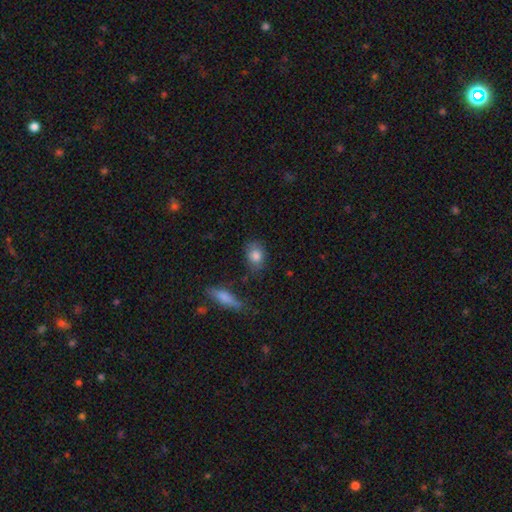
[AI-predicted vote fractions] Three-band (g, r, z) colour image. It shows a smooth galaxy with no disk features (83%) that is in between round and cigar-shaped (59%). Merging: none (73%).